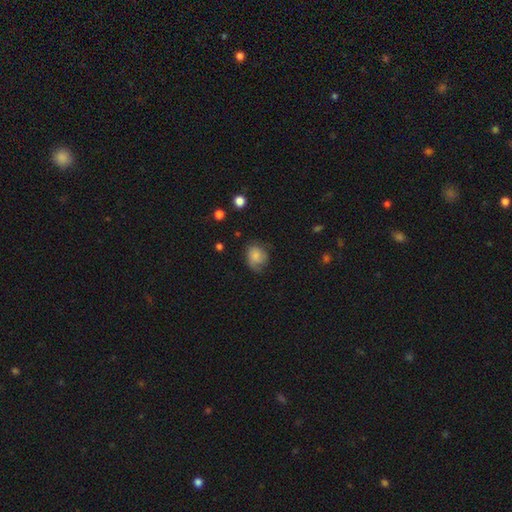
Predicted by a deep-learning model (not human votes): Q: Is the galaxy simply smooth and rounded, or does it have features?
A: smooth — 73%.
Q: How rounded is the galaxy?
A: round — 62%.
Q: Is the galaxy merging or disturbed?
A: none — 56%.